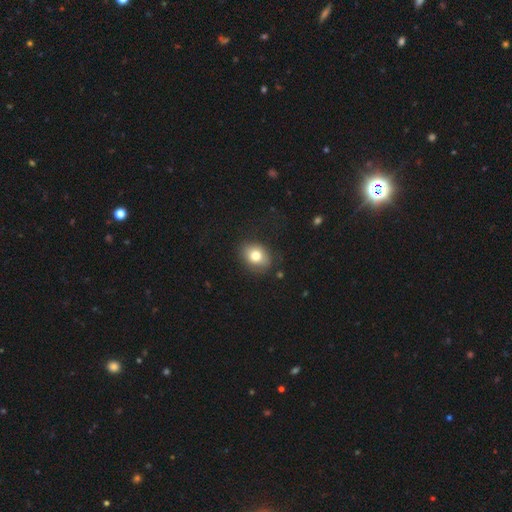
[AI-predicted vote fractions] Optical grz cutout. It shows a smooth galaxy with no disk features (78%) that is in between round and cigar-shaped (59%). Merging: none (78%).